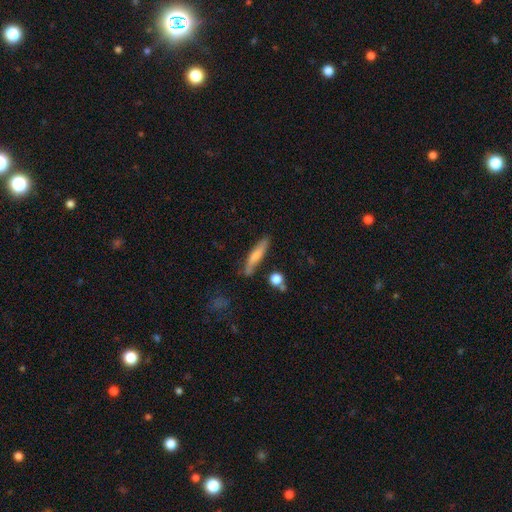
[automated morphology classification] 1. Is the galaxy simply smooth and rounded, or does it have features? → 66% smooth, 28% featured or disk, 7% star or artifact.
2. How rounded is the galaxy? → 84% cigar-shaped, 14% in between, 2% round.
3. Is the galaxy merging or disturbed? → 73% none, 18% minor disturbance, 5% merger, 4% major disturbance.